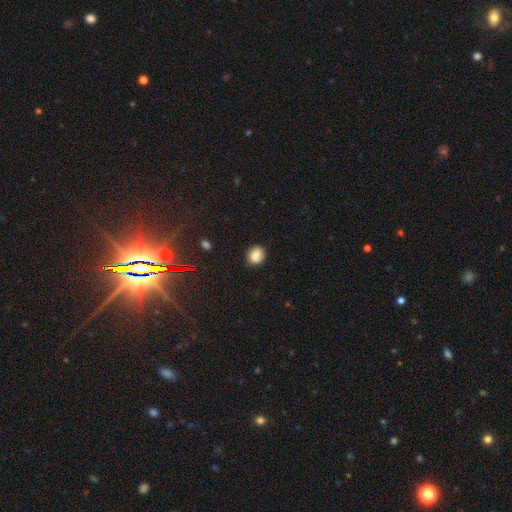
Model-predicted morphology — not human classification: smooth-or-featured: smooth: 82% | star or artifact: 10% | featured or disk: 8%
  how-rounded: round: 57% | in between: 42% | cigar-shaped: 1%
  merging: none: 84% | minor disturbance: 12% | major disturbance: 3% | merger: 2%